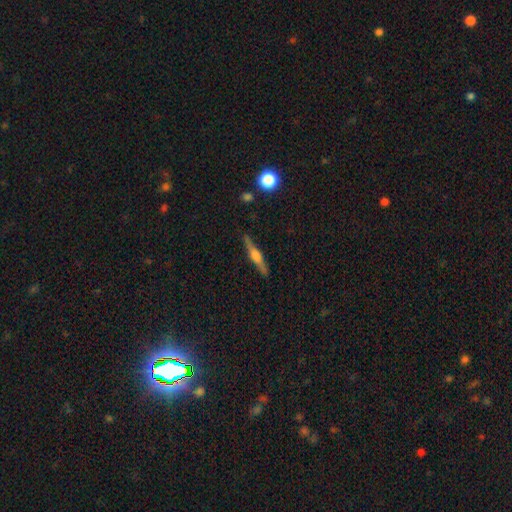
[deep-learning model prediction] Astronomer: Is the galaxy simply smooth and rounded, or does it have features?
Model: featured or disk — 72%.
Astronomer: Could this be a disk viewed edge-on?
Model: yes — 98%.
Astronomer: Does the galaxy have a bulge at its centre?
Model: rounded — 86%.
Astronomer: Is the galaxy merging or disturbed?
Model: none — 88%.